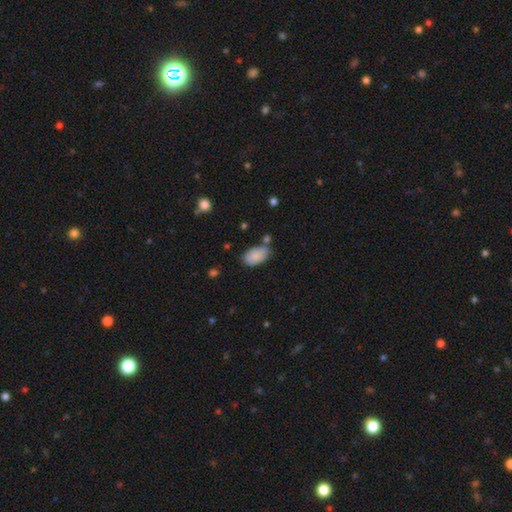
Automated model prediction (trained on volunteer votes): This is clearly a smooth galaxy (85%). How rounded: clearly in between (94%). Merging: likely none (63%).